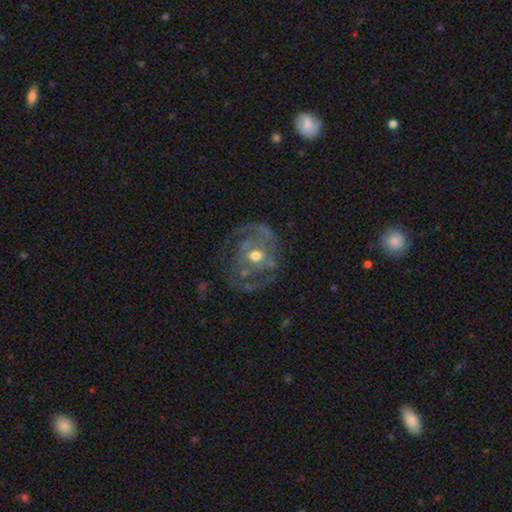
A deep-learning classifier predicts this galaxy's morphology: This is likely a featured or disk galaxy (79%). It is clearly not viewed edge-on (97%). Bar: likely no (62%). Spiral arm pattern: likely yes (74%). Spiral arm count: marginally 2 (42%). Spiral winding: marginally medium (40%, tied with tight). Central bulge: likely moderate (71%). Merging: possibly none (55%).